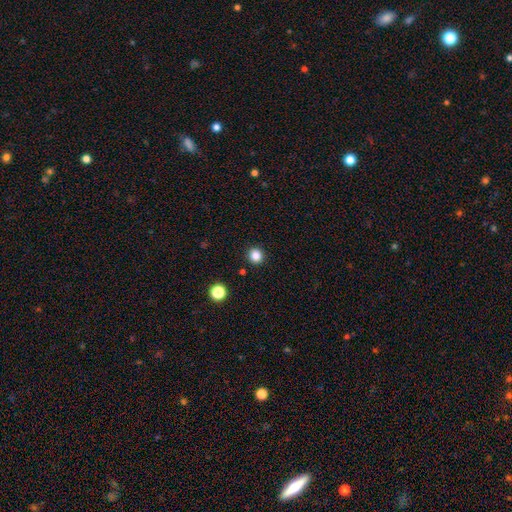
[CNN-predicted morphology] Q: Smooth or featured?
A: smooth (84%); runner-up: star or artifact (12%)
Q: How rounded?
A: round (90%); runner-up: in between (9%)
Q: Merging?
A: none (91%); runner-up: minor disturbance (5%)